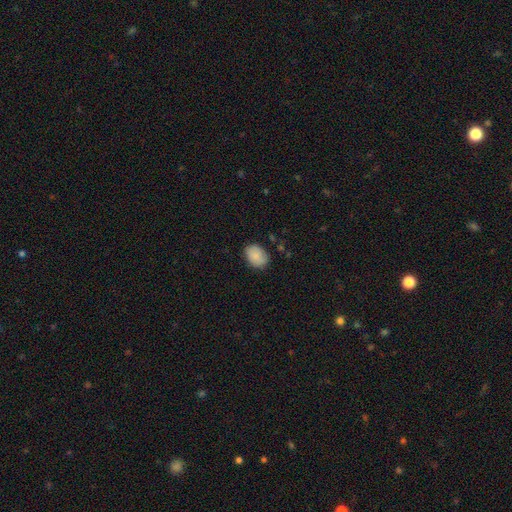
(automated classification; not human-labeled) Overall: smooth (84%). How rounded: in between (71%). Merging: none (81%).